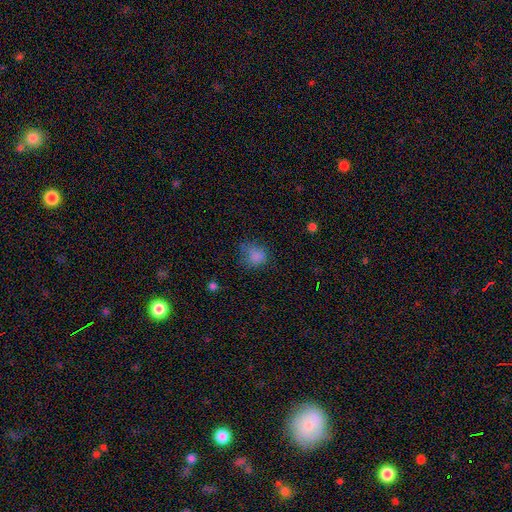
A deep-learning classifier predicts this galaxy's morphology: A smooth galaxy with no disk features (78%) that is round (62%).

Vote fractions:
- Smooth or featured? smooth: 78% / star or artifact: 14% / featured or disk: 7%
- How rounded? round: 62% / in between: 37% / cigar-shaped: 1%
- Merging? none: 54% / minor disturbance: 27% / major disturbance: 16% / merger: 3%